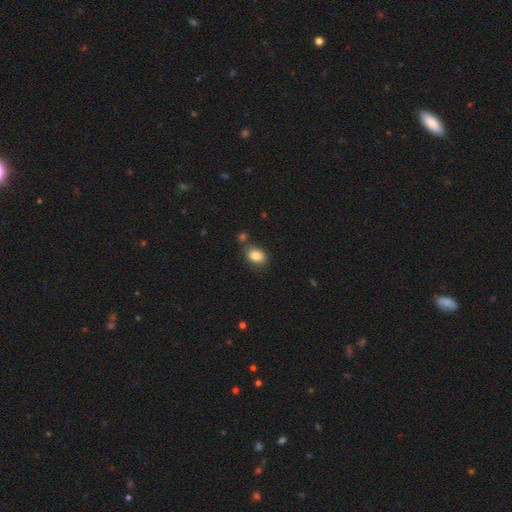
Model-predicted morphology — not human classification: smooth-or-featured: smooth: 85% | star or artifact: 9% | featured or disk: 6%
  how-rounded: in between: 79% | round: 20% | cigar-shaped: 1%
  merging: none: 72% | minor disturbance: 15% | merger: 10% | major disturbance: 4%